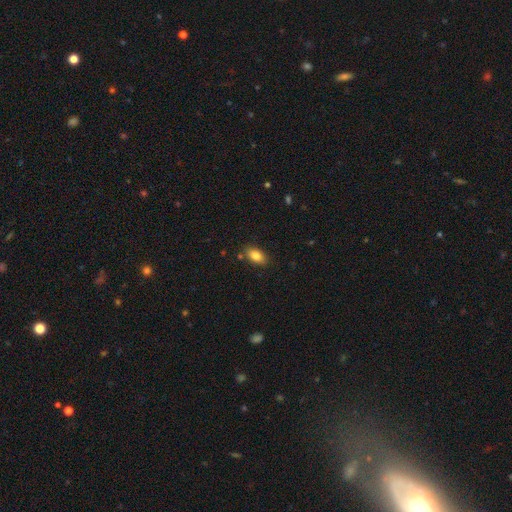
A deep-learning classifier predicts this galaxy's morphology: Smooth or featured?
  - smooth: 83% *
  - star or artifact: 8%
  - featured or disk: 8%
How rounded?
  - in between: 89% *
  - round: 7%
  - cigar-shaped: 3%
Merging?
  - none: 83% *
  - minor disturbance: 11%
  - merger: 3%
  - major disturbance: 3%